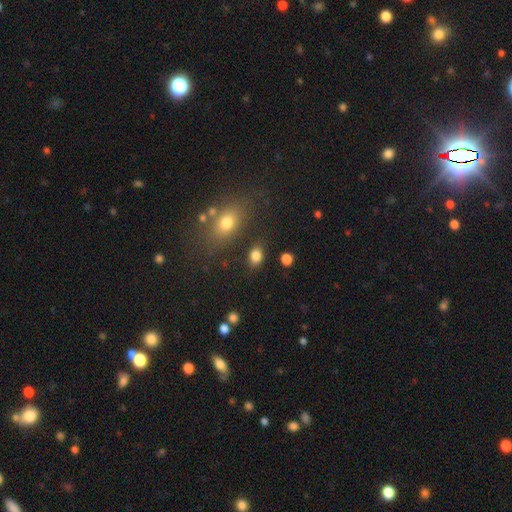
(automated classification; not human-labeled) Smooth or featured? smooth (84%)
How rounded? in between (78%)
Merging? none (81%)